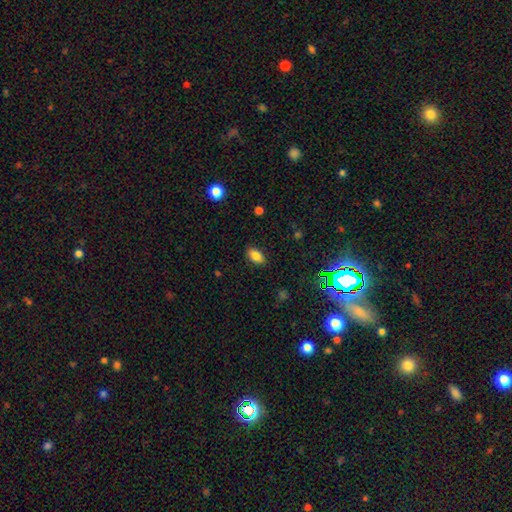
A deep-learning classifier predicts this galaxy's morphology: Smooth or featured: smooth — 82% (star or artifact — 10%)
How rounded: in between — 89% (round — 8%)
Merging: none — 86% (minor disturbance — 10%)